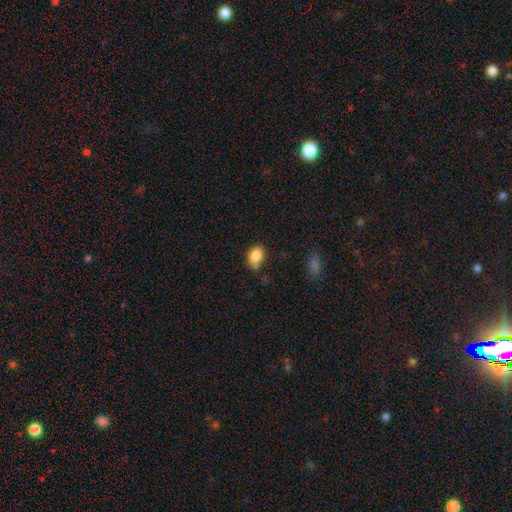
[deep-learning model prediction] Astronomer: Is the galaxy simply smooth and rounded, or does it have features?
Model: smooth — 86%.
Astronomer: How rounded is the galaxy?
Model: in between — 84%.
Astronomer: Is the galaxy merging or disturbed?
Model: none — 62%.